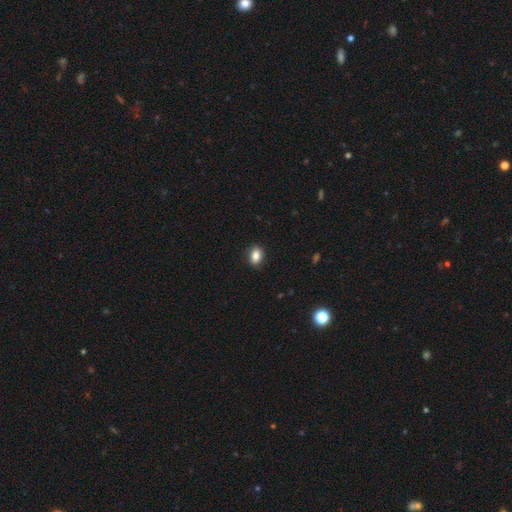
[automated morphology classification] Q: Smooth or featured?
A: smooth (85%); runner-up: star or artifact (9%)
Q: How rounded?
A: in between (75%); runner-up: round (23%)
Q: Merging?
A: none (88%); runner-up: minor disturbance (9%)